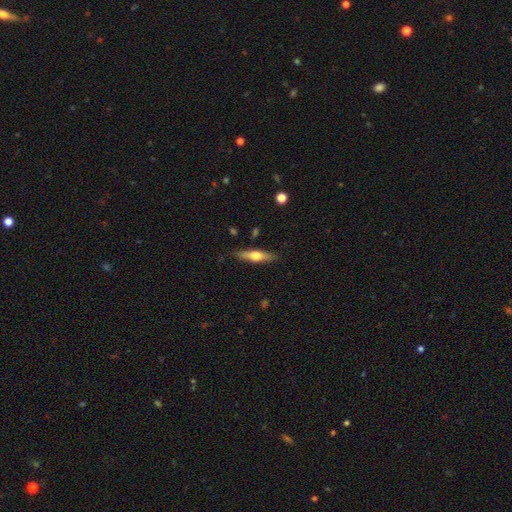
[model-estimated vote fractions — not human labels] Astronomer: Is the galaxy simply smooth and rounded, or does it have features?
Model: featured or disk — 49% (runner-up: smooth, 46%).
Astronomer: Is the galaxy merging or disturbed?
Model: none — 85%.